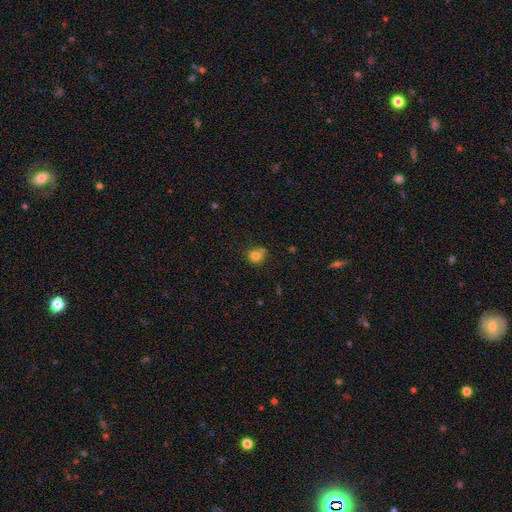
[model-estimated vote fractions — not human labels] The model was most divided on "merging": none: 63%, merger: 17%, minor disturbance: 15%, major disturbance: 5%. More confident: how rounded — round (84%); smooth or featured — smooth (79%).